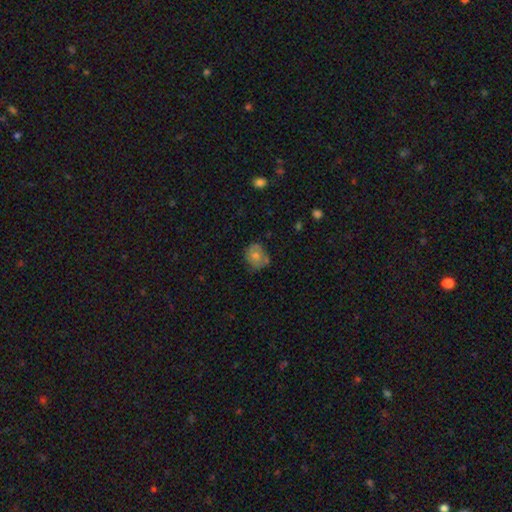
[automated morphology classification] Overall: smooth (59%; featured or disk 31%). How rounded: round (68%; in between 31%). Merging: none (61%; minor disturbance 27%).